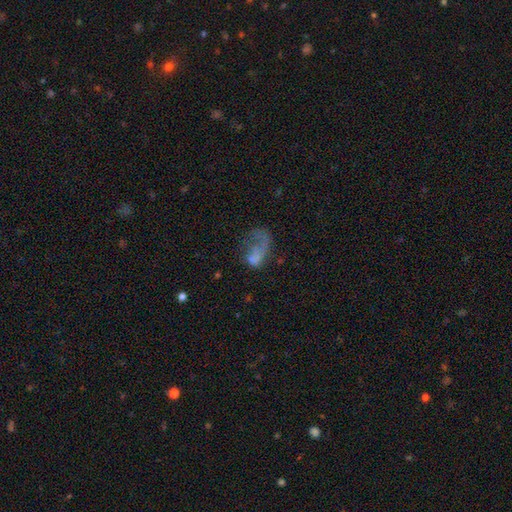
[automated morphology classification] Smooth or featured? Predicted: smooth (p=0.46). Merging? Predicted: major disturbance (p=0.58).